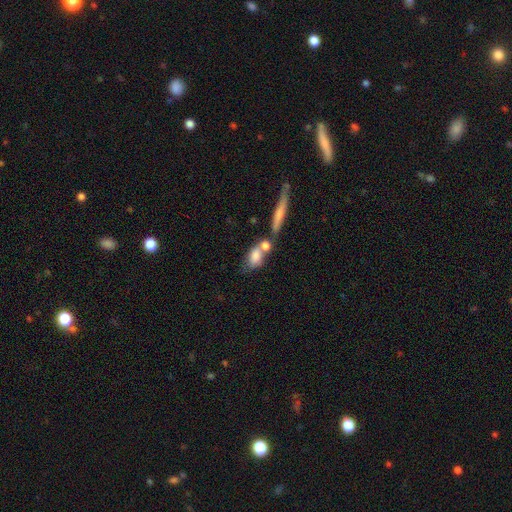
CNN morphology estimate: Smooth or featured?
  - smooth: 74% *
  - featured or disk: 18%
  - star or artifact: 8%
How rounded?
  - in between: 69% *
  - round: 17%
  - cigar-shaped: 14%
Merging?
  - merger: 48% *
  - none: 33%
  - minor disturbance: 12%
  - major disturbance: 7%